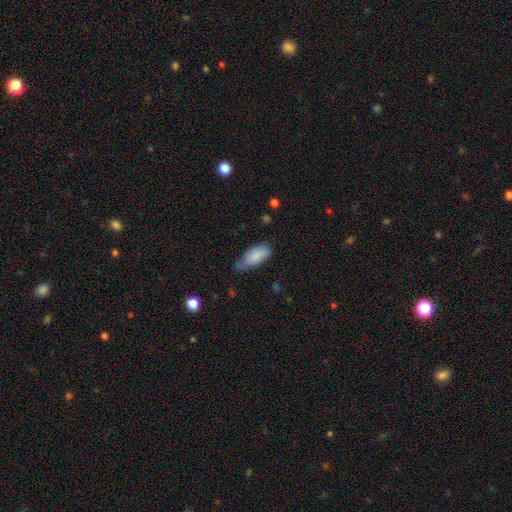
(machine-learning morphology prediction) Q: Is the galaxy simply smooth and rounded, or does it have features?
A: smooth — 83%.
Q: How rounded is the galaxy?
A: in between — 86%.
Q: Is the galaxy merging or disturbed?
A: none — 47%.